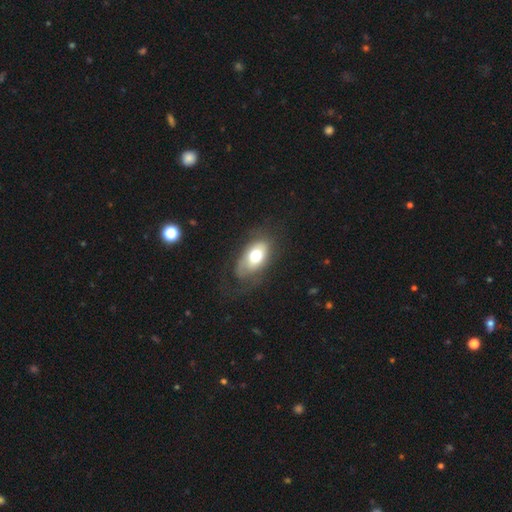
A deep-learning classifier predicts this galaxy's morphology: Smooth or featured? Predicted: smooth (p=0.56). How rounded? Predicted: in between (p=0.90). Merging? Predicted: none (p=0.57).